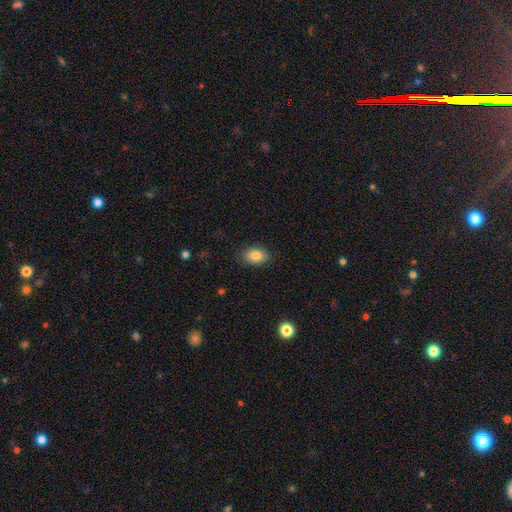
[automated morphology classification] Smooth or featured: smooth — 83% (featured or disk — 8%)
How rounded: in between — 83% (round — 16%)
Merging: none — 86% (minor disturbance — 10%)